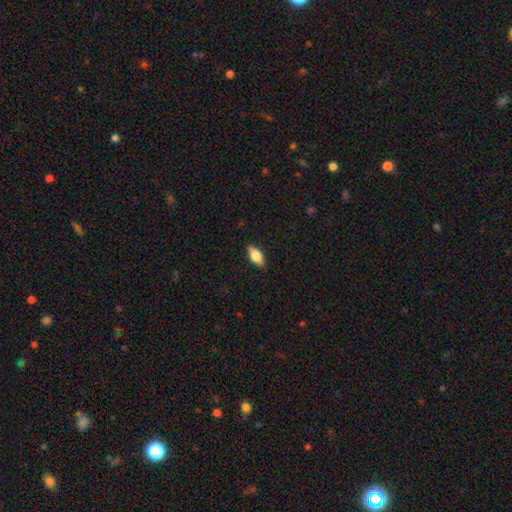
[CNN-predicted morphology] This appears to be a smooth galaxy with no disk features (70%) that is in between round and cigar-shaped (85%). Merging: none (87%).